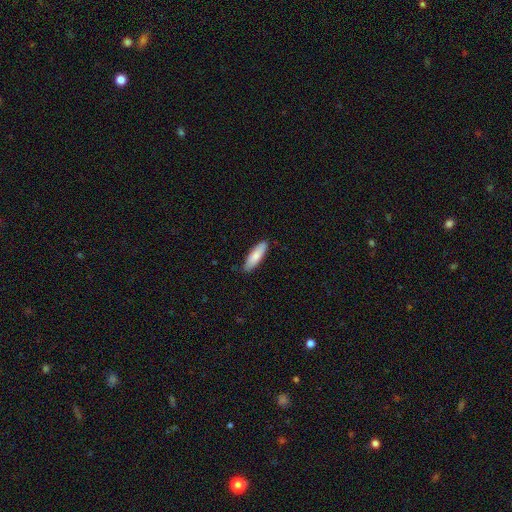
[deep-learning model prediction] A smooth galaxy with no disk features (82%) that is cigar-shaped (54%).

Vote fractions:
- Smooth or featured? smooth: 82% / featured or disk: 13% / star or artifact: 5%
- How rounded? cigar-shaped: 54% / in between: 44% / round: 2%
- Merging? none: 87% / minor disturbance: 11% / major disturbance: 2% / merger: 1%